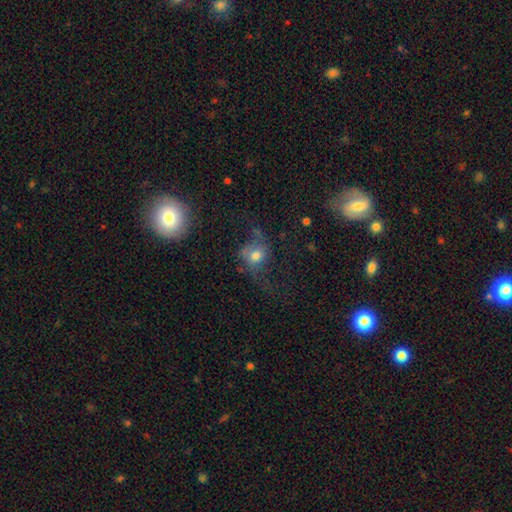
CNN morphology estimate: smooth 52%, featured or disk 34%, star or artifact 14%. Down the decision tree: how rounded — round (66%); merging — none (38%).